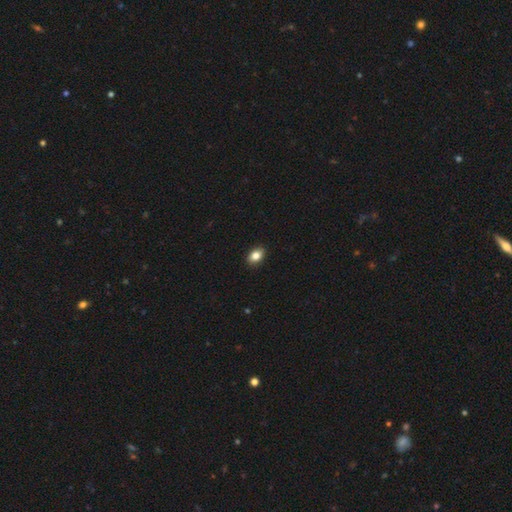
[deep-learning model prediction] Smooth or featured: smooth — 84% (star or artifact — 9%)
How rounded: in between — 82% (round — 16%)
Merging: none — 90% (minor disturbance — 8%)